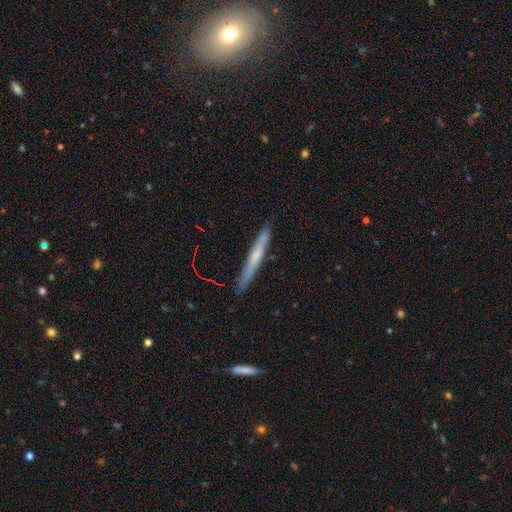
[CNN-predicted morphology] smooth_or_featured: featured or disk (p=0.48) [alt: smooth p=0.45]
merging: none (p=0.85) [alt: minor disturbance p=0.12]